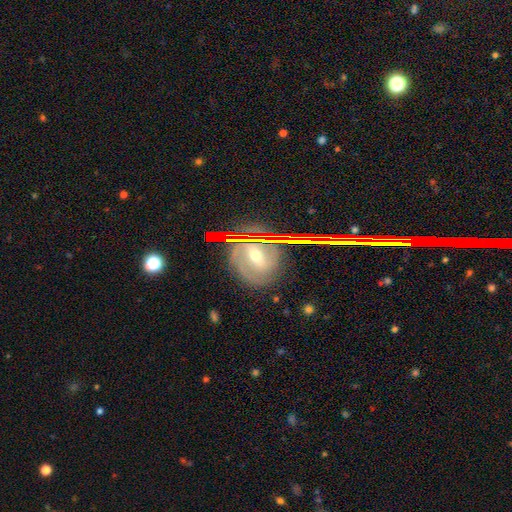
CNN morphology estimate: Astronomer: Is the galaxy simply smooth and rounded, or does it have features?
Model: featured or disk — 56%.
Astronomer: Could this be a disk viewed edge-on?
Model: no — 88%.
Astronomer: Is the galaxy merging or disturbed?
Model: none — 74%.